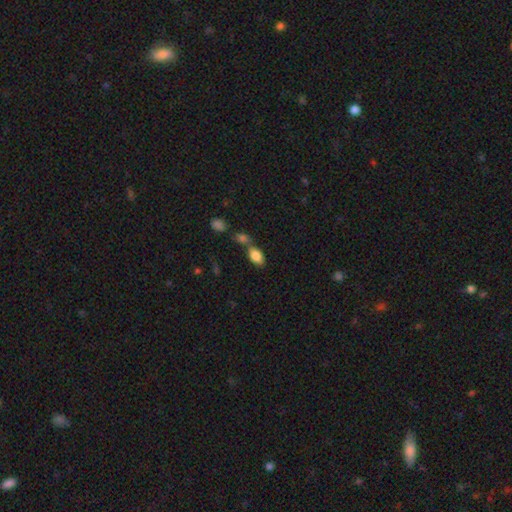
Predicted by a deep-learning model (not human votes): The model was most divided on "merging": none: 42%, merger: 41%, minor disturbance: 12%, major disturbance: 5%. More confident: how rounded — in between (91%); smooth or featured — smooth (84%).